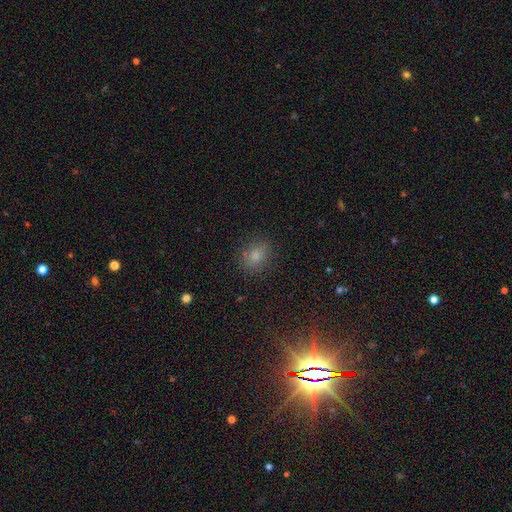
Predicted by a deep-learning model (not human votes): smooth_or_featured: smooth (p=0.63) [alt: star or artifact p=0.28]
how_rounded: round (p=0.60) [alt: in between p=0.39]
merging: none (p=0.87) [alt: minor disturbance p=0.09]